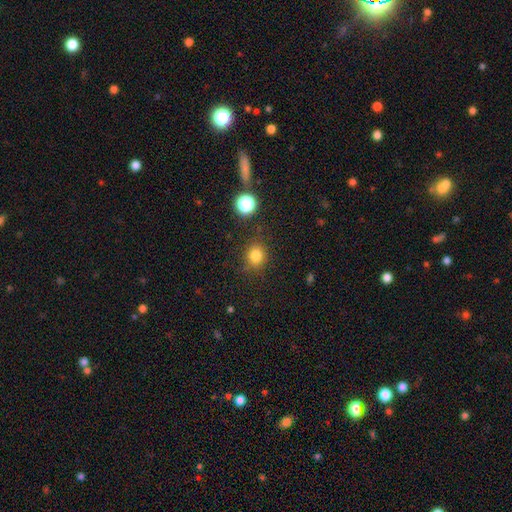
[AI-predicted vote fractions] Smooth or featured: smooth — 81% (star or artifact — 14%)
How rounded: round — 80% (in between — 19%)
Merging: none — 82% (minor disturbance — 11%)